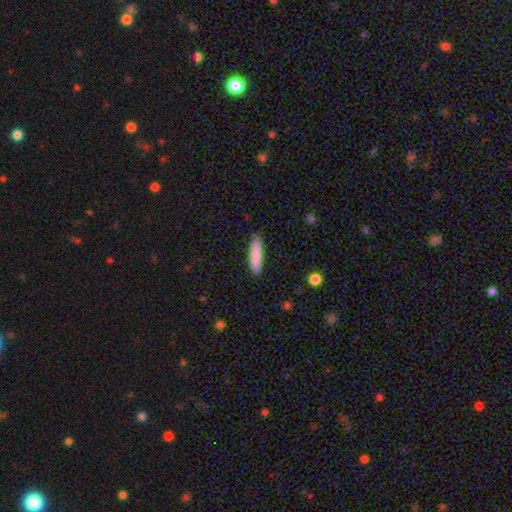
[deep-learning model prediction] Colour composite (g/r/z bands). It shows a smooth galaxy with no disk features (87%) that is cigar-shaped (75%). Merging: none (88%).